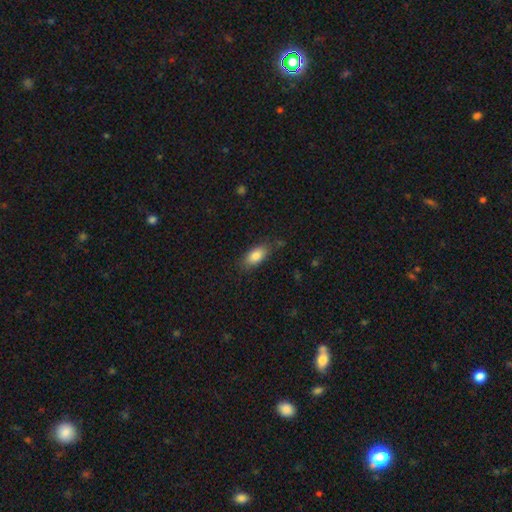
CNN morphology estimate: Q: Smooth or featured?
A: smooth (84%); runner-up: featured or disk (9%)
Q: How rounded?
A: in between (87%); runner-up: cigar-shaped (9%)
Q: Merging?
A: none (78%); runner-up: minor disturbance (16%)